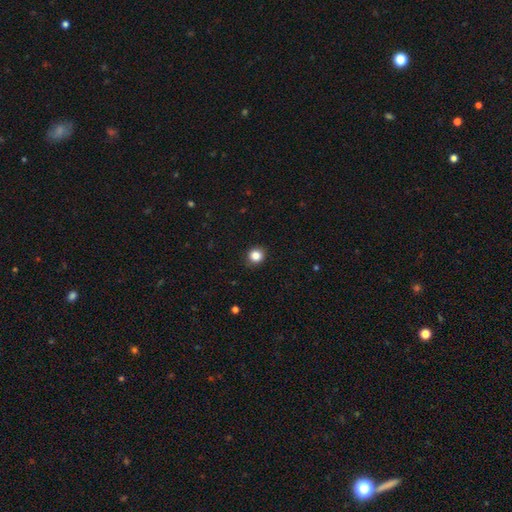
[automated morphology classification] smooth-or-featured: smooth: 84% | star or artifact: 11% | featured or disk: 4%
  how-rounded: round: 89% | in between: 10% | cigar-shaped: 1%
  merging: none: 91% | minor disturbance: 7% | major disturbance: 2% | merger: 1%